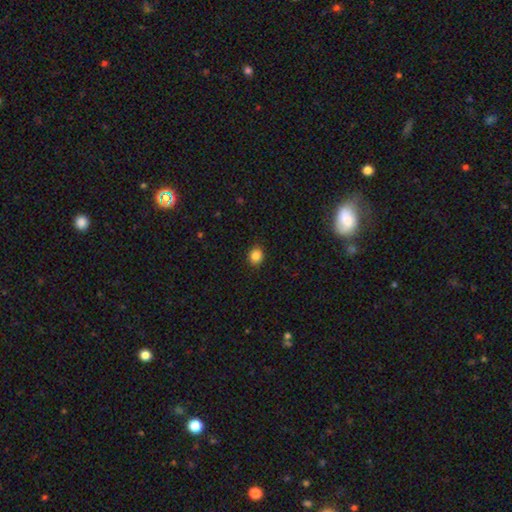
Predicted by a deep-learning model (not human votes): This appears to be a smooth galaxy with no disk features (86%) that is round (70%). Merging: none (89%).